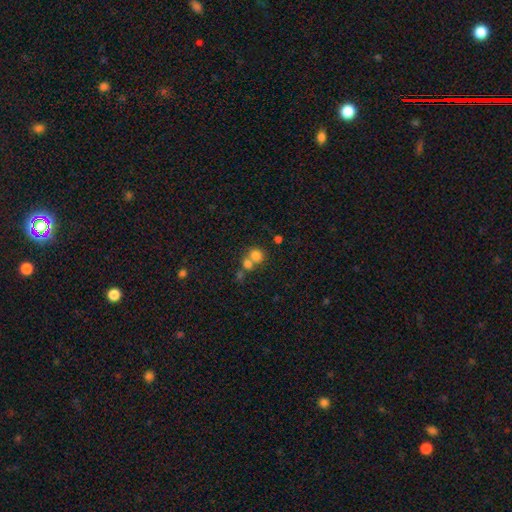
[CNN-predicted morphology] Q: Smooth or featured?
A: smooth (76%); runner-up: star or artifact (13%)
Q: How rounded?
A: round (82%); runner-up: in between (17%)
Q: Merging?
A: merger (48%); runner-up: none (43%)